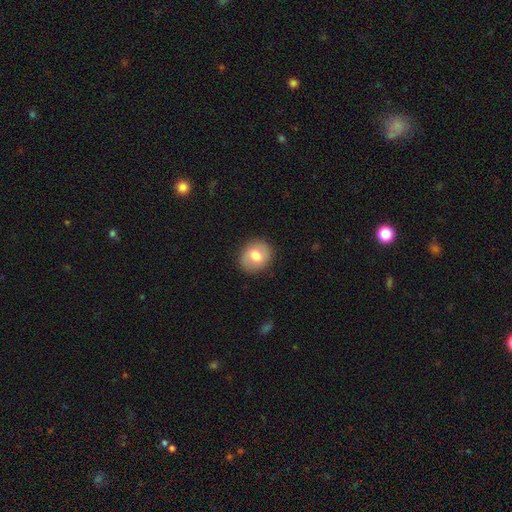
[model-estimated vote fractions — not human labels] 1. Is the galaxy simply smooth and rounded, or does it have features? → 68% smooth, 25% featured or disk, 7% star or artifact.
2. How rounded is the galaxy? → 65% round, 34% in between, 1% cigar-shaped.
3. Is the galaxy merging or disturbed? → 87% none, 9% minor disturbance, 3% major disturbance, 1% merger.